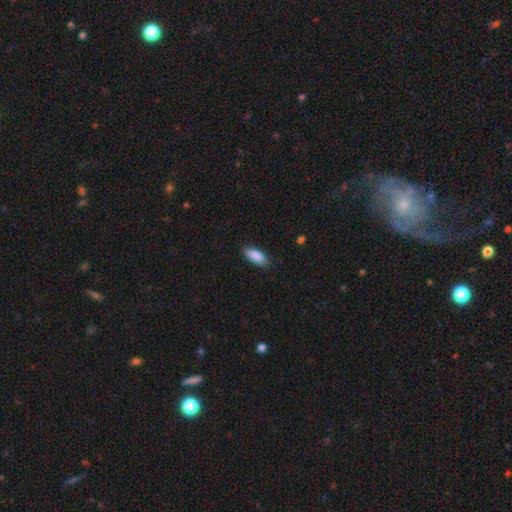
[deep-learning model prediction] smooth_or_featured: smooth (p=0.89) [alt: star or artifact p=0.06]
how_rounded: in between (p=0.81) [alt: cigar-shaped p=0.17]
merging: none (p=0.81) [alt: minor disturbance p=0.15]